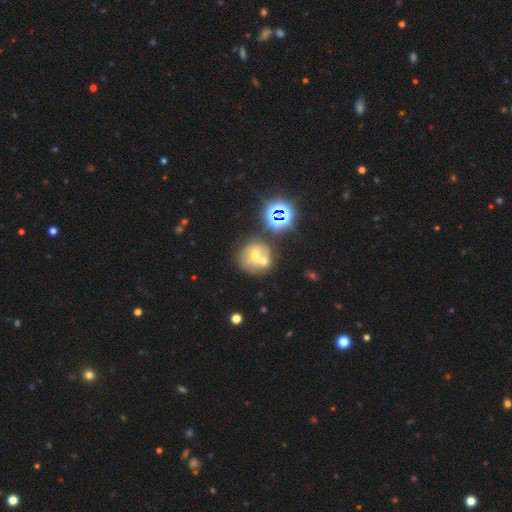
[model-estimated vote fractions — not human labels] Smooth or featured? Predicted: smooth (p=0.45). Merging? Predicted: merger (p=0.46).